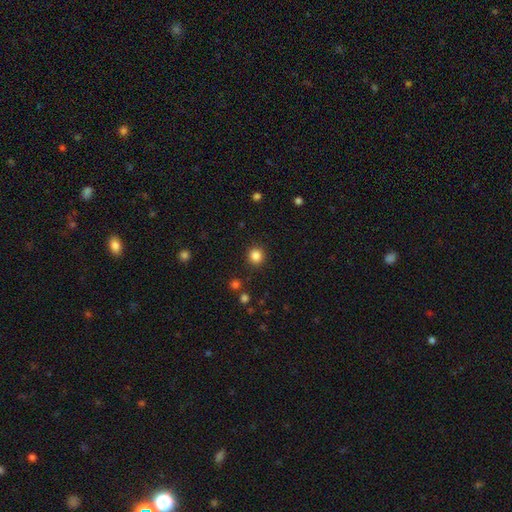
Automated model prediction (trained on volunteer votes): This appears to be a smooth galaxy with no disk features (85%) that is round (91%). Merging: none (90%).